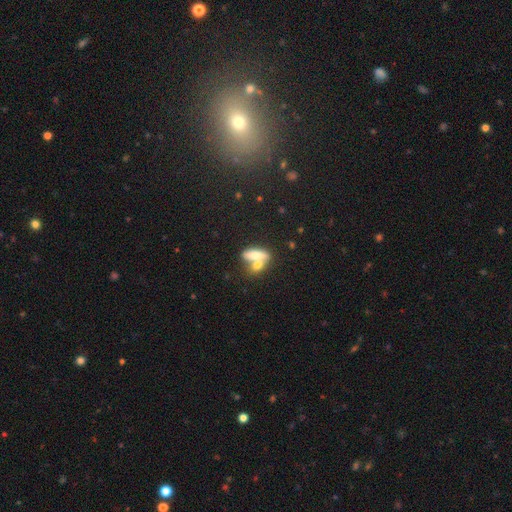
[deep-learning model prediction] smooth 64%, featured or disk 28%, star or artifact 8%. Down the decision tree: how rounded — in between (67%); merging — merger (56%).